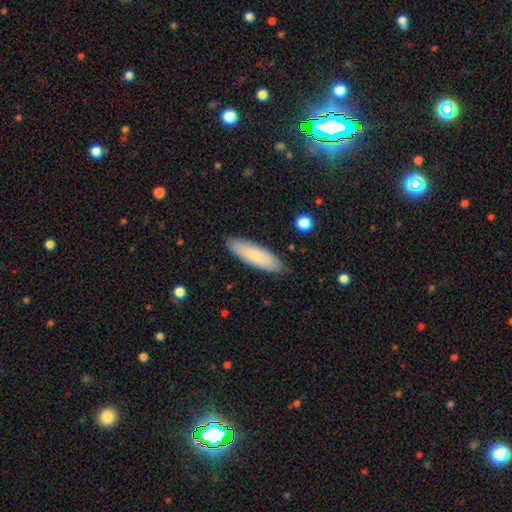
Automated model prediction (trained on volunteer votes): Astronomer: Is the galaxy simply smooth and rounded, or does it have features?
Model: smooth — 83%.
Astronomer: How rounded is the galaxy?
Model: cigar-shaped — 54% (runner-up: in between, 45%).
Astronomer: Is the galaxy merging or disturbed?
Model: none — 88%.